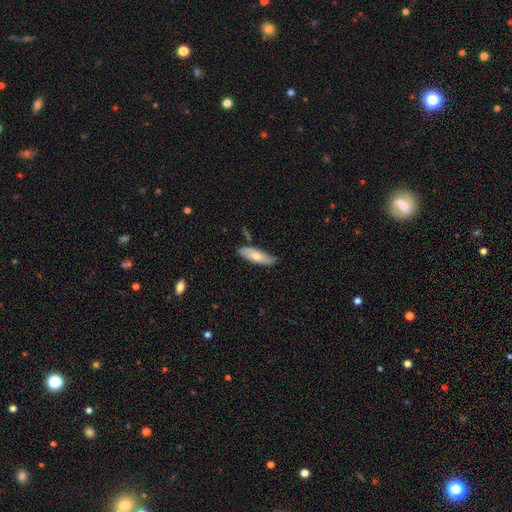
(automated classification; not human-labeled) Smooth or featured: smooth — 72% (featured or disk — 22%)
How rounded: in between — 54% (cigar-shaped — 44%)
Merging: none — 77% (minor disturbance — 16%)